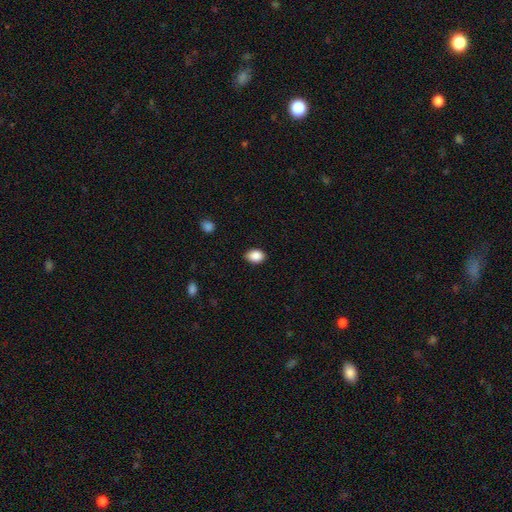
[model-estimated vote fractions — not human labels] smooth_or_featured: smooth (p=0.88) [alt: star or artifact p=0.08]
how_rounded: in between (p=0.77) [alt: round p=0.22]
merging: none (p=0.85) [alt: minor disturbance p=0.12]